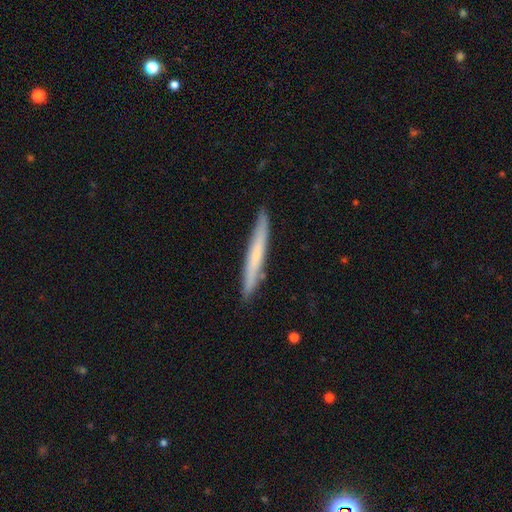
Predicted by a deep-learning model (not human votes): Smooth or featured? Predicted: smooth (p=0.52). How rounded? Predicted: cigar-shaped (p=0.96). Merging? Predicted: none (p=0.88).